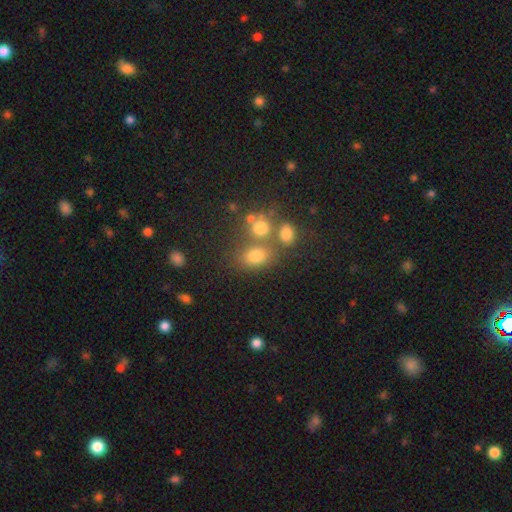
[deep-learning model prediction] smooth 73%, star or artifact 15%, featured or disk 12%. Down the decision tree: how rounded — in between (64%); merging — none (51%).